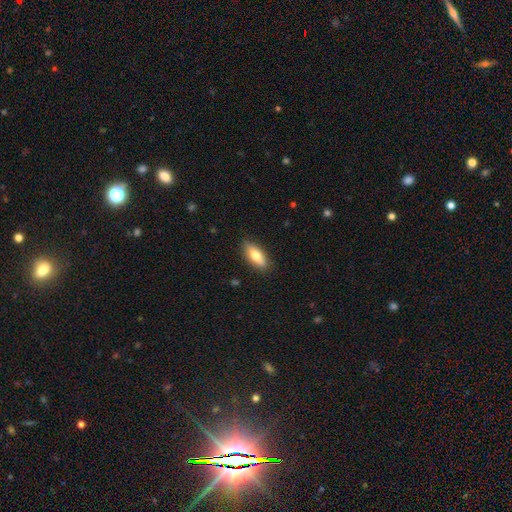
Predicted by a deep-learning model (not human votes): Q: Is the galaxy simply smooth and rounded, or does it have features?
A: smooth — 72%.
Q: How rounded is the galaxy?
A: in between — 75%.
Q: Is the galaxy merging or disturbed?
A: none — 86%.